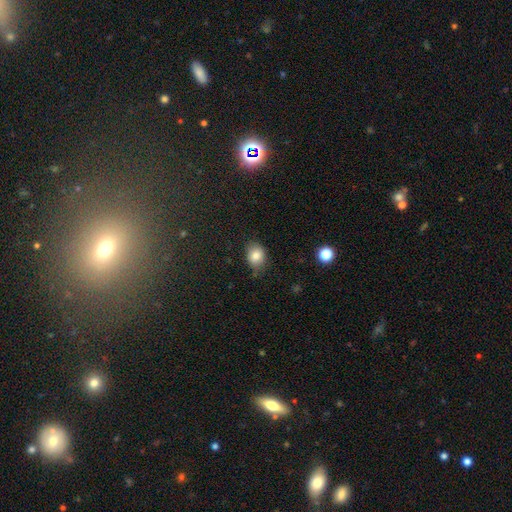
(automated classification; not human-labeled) Smooth or featured? Predicted: smooth (p=0.82). How rounded? Predicted: in between (p=0.58). Merging? Predicted: none (p=0.73).